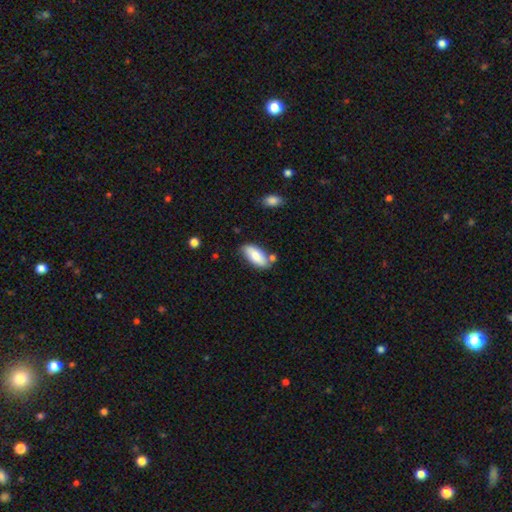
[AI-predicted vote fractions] Smooth or featured? Predicted: smooth (p=0.78). How rounded? Predicted: in between (p=0.87). Merging? Predicted: none (p=0.69).